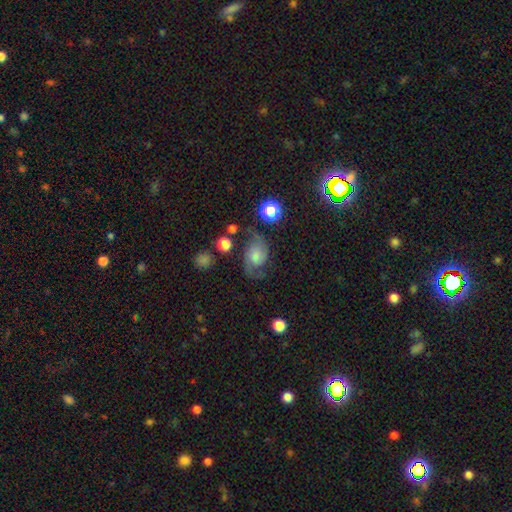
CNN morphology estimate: smooth_or_featured: featured or disk (p=0.69) [alt: smooth p=0.19]
disk_edge_on: no (p=0.97) [alt: yes p=0.03]
bar: no (p=0.71) [alt: weak p=0.24]
has_spiral_arms: yes (p=0.94) [alt: no p=0.06]
spiral_winding: medium (p=0.49) [alt: loose p=0.34]
spiral_arm_count: 2 (p=0.90) [alt: can't tell p=0.04]
bulge_size: moderate (p=0.39) [alt: small p=0.34]
merging: none (p=0.66) [alt: minor disturbance p=0.20]